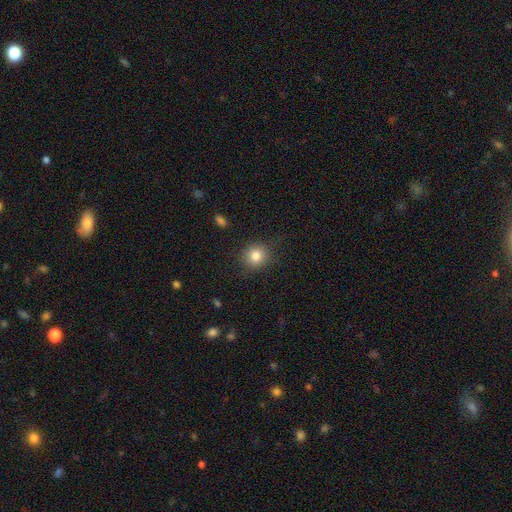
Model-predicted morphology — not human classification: Smooth or featured? smooth (83%)
How rounded? round (88%)
Merging? none (86%)